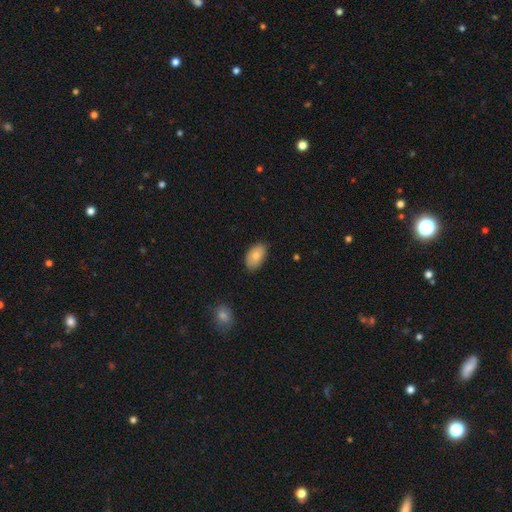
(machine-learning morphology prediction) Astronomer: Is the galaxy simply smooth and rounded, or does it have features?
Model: smooth — 79%.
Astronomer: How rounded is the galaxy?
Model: in between — 93%.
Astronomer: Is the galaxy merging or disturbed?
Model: none — 83%.